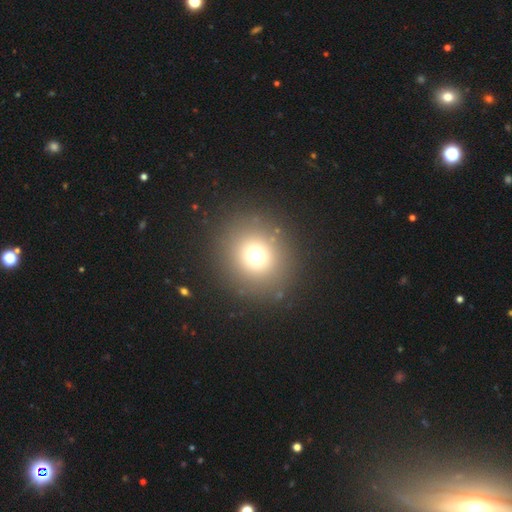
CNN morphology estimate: Smooth or featured? smooth (70%)
How rounded? round (88%)
Merging? none (88%)